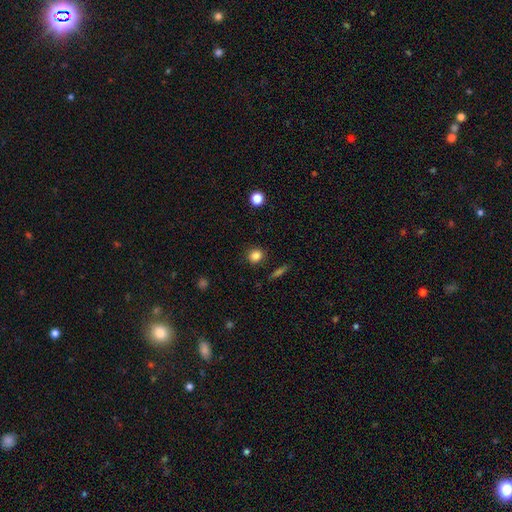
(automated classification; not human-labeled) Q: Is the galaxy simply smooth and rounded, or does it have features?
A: smooth — 84%.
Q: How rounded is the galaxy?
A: round — 84%.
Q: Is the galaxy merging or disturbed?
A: none — 87%.